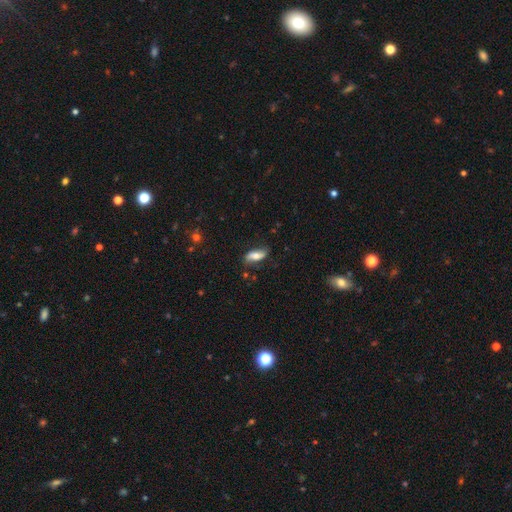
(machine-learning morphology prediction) The model was most divided on "smooth or featured": smooth: 51%, featured or disk: 41%, star or artifact: 8%. More confident: how rounded — in between (75%); merging — none (69%).